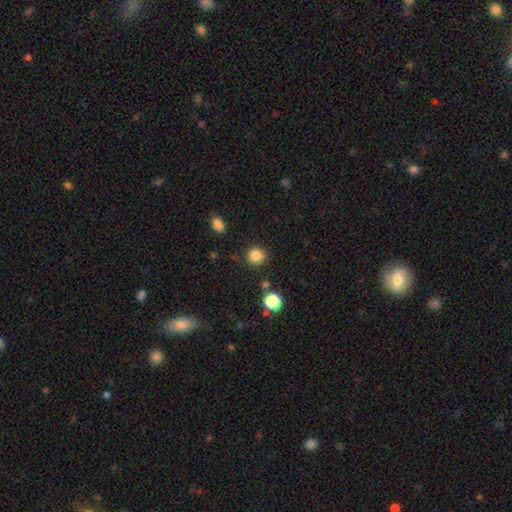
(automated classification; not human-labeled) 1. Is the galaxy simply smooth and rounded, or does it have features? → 84% smooth, 12% star or artifact, 4% featured or disk.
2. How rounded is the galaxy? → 89% round, 10% in between, 1% cigar-shaped.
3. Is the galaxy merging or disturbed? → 86% none, 9% minor disturbance, 3% merger, 3% major disturbance.